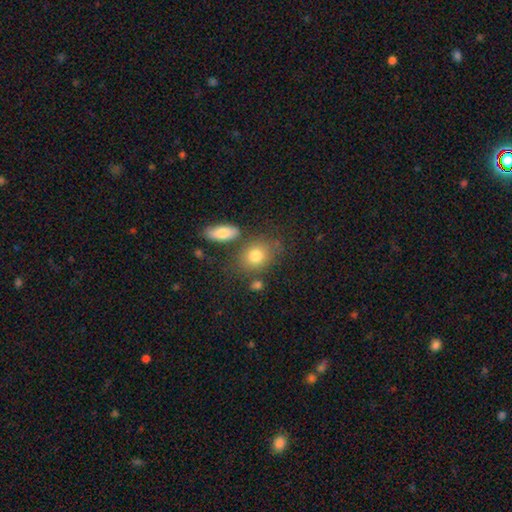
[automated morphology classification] type=smooth (79%); roundness=in between (56%); merging=none (67%).